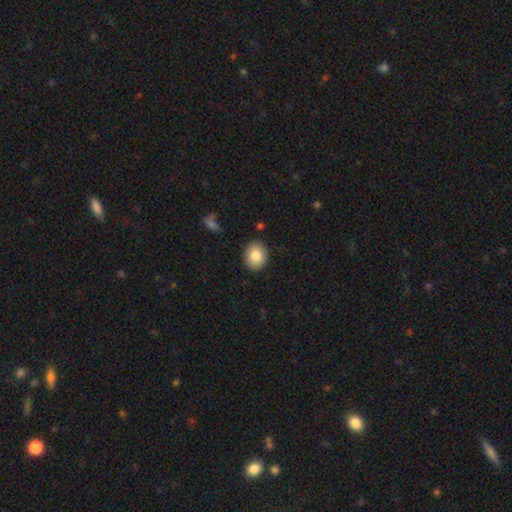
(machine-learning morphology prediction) Smooth or featured? Predicted: smooth (p=0.84). How rounded? Predicted: in between (p=0.55). Merging? Predicted: none (p=0.88).